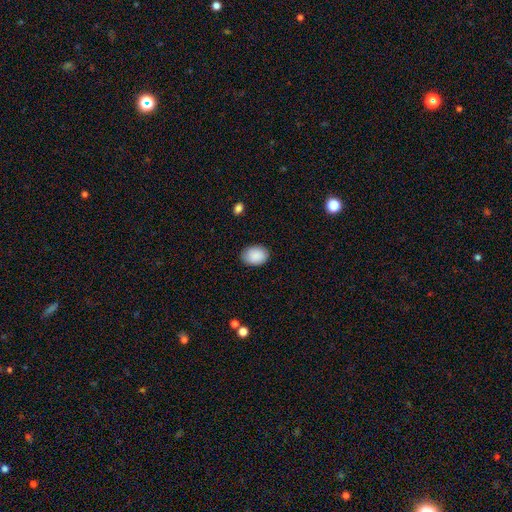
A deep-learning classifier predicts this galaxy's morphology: smooth_or_featured: smooth (p=0.90) [alt: star or artifact p=0.06]
how_rounded: in between (p=0.76) [alt: round p=0.23]
merging: none (p=0.87) [alt: minor disturbance p=0.10]